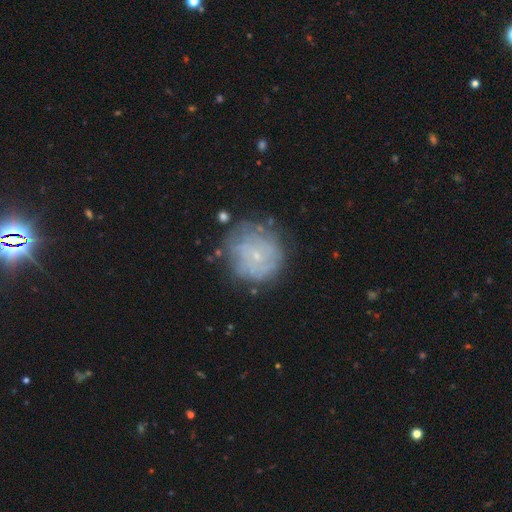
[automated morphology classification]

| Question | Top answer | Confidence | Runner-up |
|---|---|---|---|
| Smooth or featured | featured or disk | 60% | smooth (30%) |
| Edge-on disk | no | 98% | yes (2%) |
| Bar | no | 80% | weak (17%) |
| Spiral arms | yes | 66% | no (34%) |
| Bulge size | small | 83% | moderate (10%) |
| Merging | none | 69% | minor disturbance (19%) |